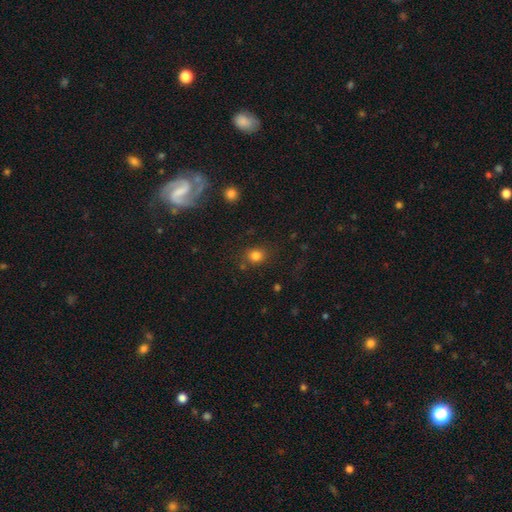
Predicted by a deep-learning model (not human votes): Smooth or featured? Predicted: smooth (p=0.81). How rounded? Predicted: round (p=0.71). Merging? Predicted: none (p=0.80).